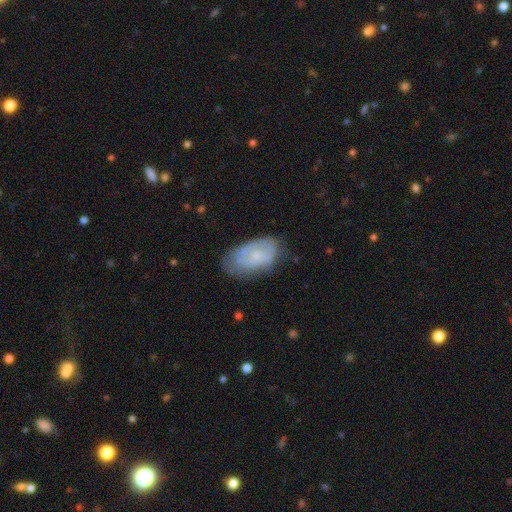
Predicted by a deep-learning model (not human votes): smooth 46% (tied), featured or disk 46% (tied), star or artifact 8%. Down the decision tree: merging — none (60%).